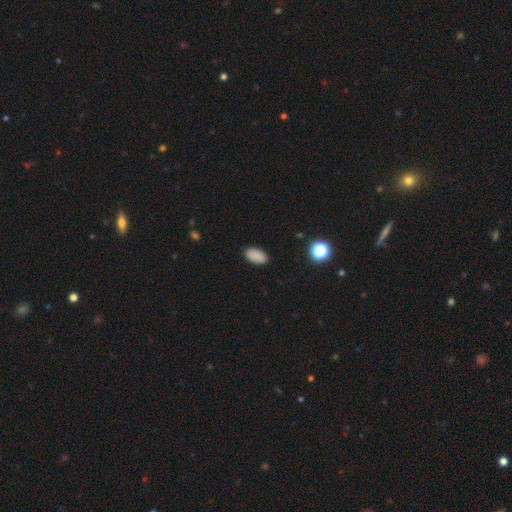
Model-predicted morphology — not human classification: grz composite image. It shows a smooth galaxy with no disk features (87%) that is in between round and cigar-shaped (93%). Merging: none (89%).